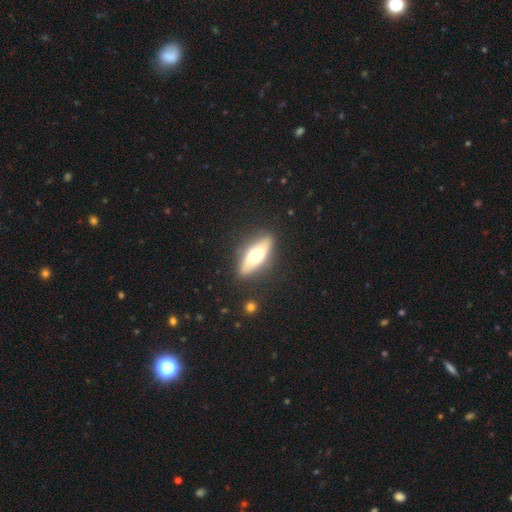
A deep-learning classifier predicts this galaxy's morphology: Smooth or featured: smooth — 53% (featured or disk — 41%)
How rounded: in between — 56% (cigar-shaped — 41%)
Merging: none — 85% (minor disturbance — 10%)